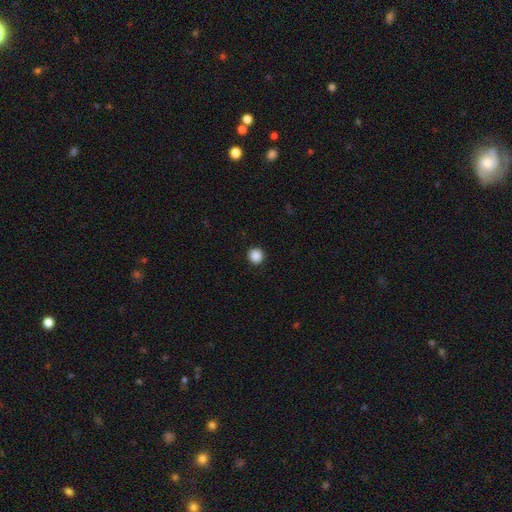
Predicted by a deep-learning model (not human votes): smooth-or-featured: smooth: 88% | star or artifact: 9% | featured or disk: 2%
  how-rounded: round: 95% | in between: 4% | cigar-shaped: 1%
  merging: none: 93% | minor disturbance: 5% | major disturbance: 2% | merger: 1%